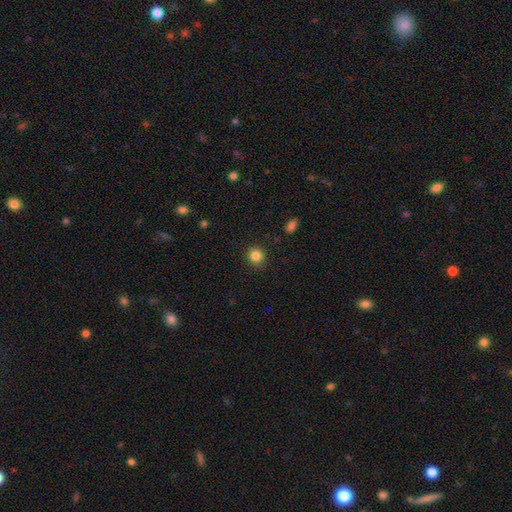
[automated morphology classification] This is clearly a smooth galaxy (85%). How rounded: clearly round (88%). Merging: clearly none (90%).